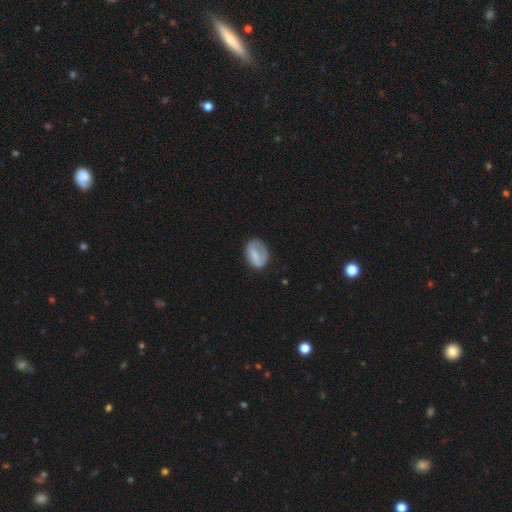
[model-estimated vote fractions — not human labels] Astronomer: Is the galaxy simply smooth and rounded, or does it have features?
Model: smooth — 60%.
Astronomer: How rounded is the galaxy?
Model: in between — 71%.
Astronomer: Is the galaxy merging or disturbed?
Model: none — 61%.